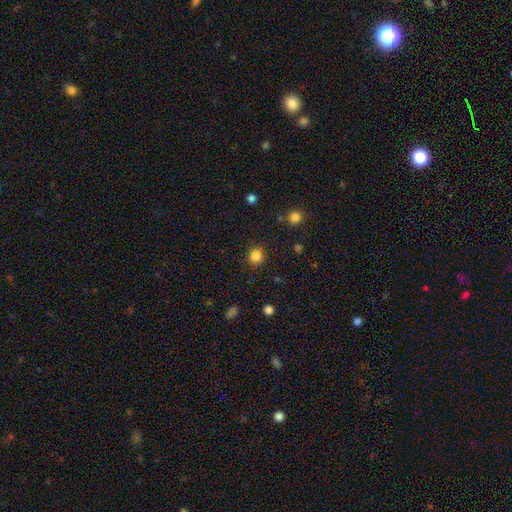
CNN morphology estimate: Smooth or featured? Predicted: smooth (p=0.80). How rounded? Predicted: round (p=0.90). Merging? Predicted: none (p=0.78).